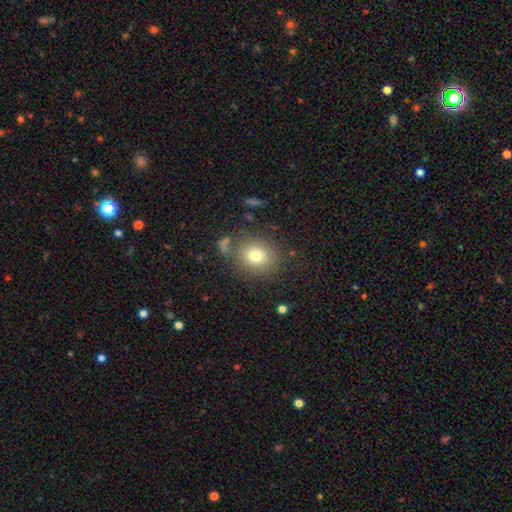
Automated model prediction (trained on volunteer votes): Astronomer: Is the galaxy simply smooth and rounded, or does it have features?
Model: smooth — 77%.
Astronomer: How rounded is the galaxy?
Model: round — 73%.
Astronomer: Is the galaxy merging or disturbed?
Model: none — 76%.